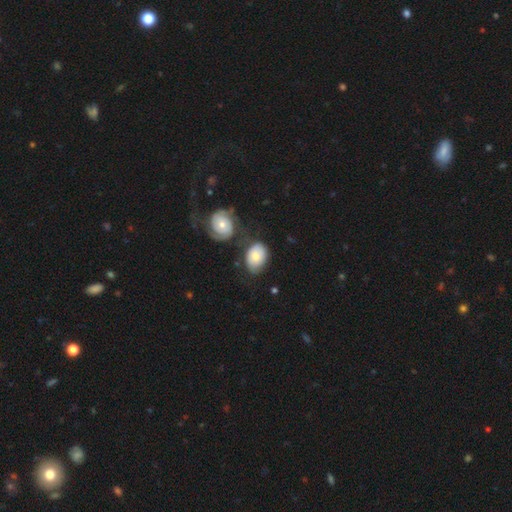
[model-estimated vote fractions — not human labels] Morphology: type=smooth (67%); roundness=in between (77%); merging=none (50%).